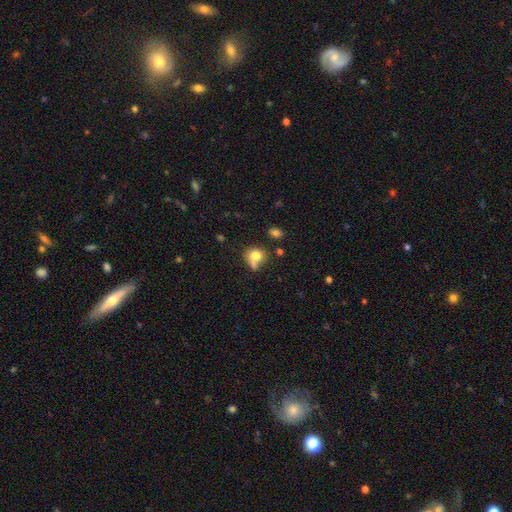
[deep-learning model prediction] Smooth or featured?
  - smooth: 77% *
  - featured or disk: 13%
  - star or artifact: 11%
How rounded?
  - round: 71% *
  - in between: 28%
  - cigar-shaped: 1%
Merging?
  - none: 43% *
  - merger: 28%
  - minor disturbance: 18%
  - major disturbance: 10%